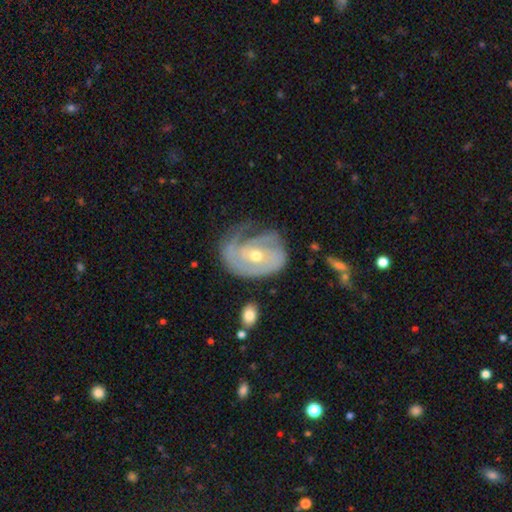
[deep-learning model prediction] A featured or disk galaxy (80%) with no bar (65%), 1 (45%) tight (58%) spiral arms (88%) and a moderate central bulge (53%).

Vote fractions:
- Smooth or featured? featured or disk: 80% / smooth: 14% / star or artifact: 6%
- Edge-on disk? no: 97% / yes: 3%
- Bar? no: 65% / weak: 27% / strong: 8%
- Spiral arms? yes: 88% / no: 12%
- Spiral winding? tight: 58% / medium: 28% / loose: 13%
- Spiral arm count? 1: 45% / 2: 24% / can't tell: 20% / 3: 7% / 4: 2% / more than 4: 2%
- Bulge size? moderate: 53% / small: 44% / large: 2% / none: 1% / dominant: 1%
- Merging? none: 42% / major disturbance: 28% / minor disturbance: 28% / merger: 3%